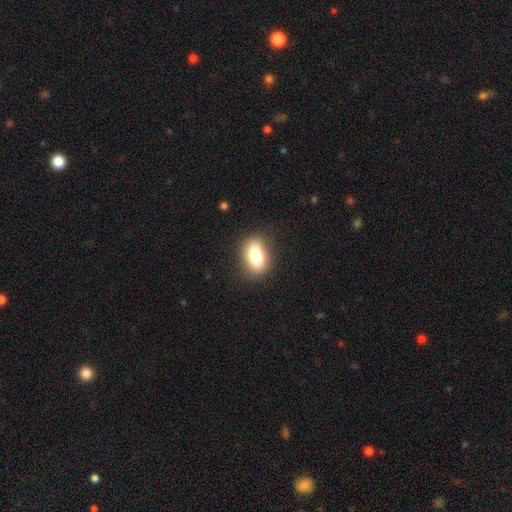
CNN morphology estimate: This is likely a smooth galaxy (79%). How rounded: clearly in between (80%). Merging: clearly none (87%).